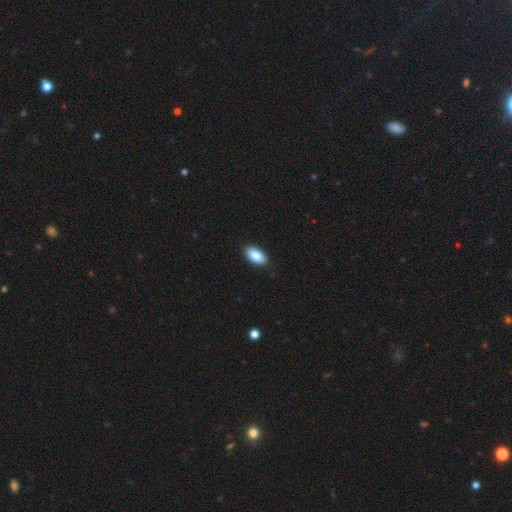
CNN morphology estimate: Overall: smooth (88%). How rounded: in between (93%). Merging: none (88%).